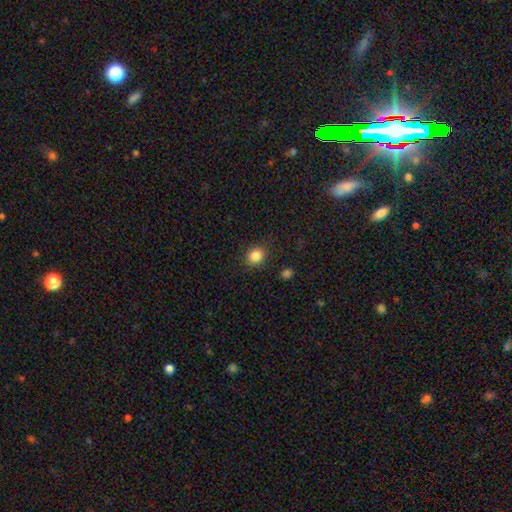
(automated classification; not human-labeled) smooth 85%, star or artifact 11%, featured or disk 5%. Down the decision tree: how rounded — round (68%); merging — none (85%).